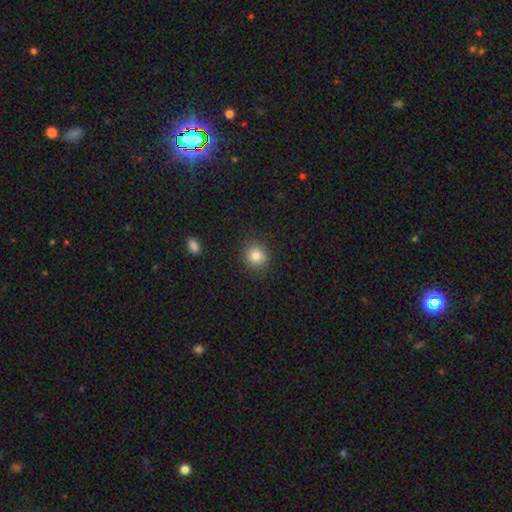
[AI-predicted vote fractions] Overall: smooth (83%). How rounded: round (81%). Merging: none (87%).